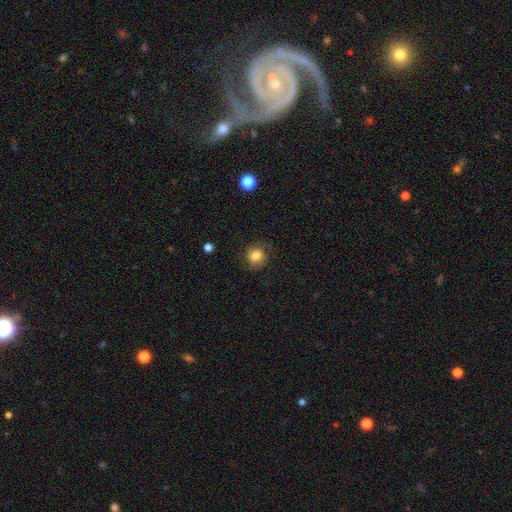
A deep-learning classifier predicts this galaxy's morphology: Q: Smooth or featured?
A: smooth (79%); runner-up: featured or disk (11%)
Q: How rounded?
A: round (85%); runner-up: in between (15%)
Q: Merging?
A: none (81%); runner-up: minor disturbance (13%)